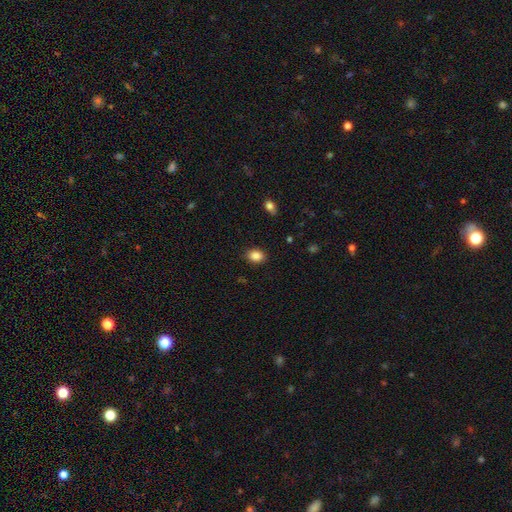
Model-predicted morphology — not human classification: Q: Smooth or featured?
A: smooth (87%); runner-up: star or artifact (9%)
Q: How rounded?
A: in between (62%); runner-up: round (37%)
Q: Merging?
A: none (88%); runner-up: minor disturbance (9%)